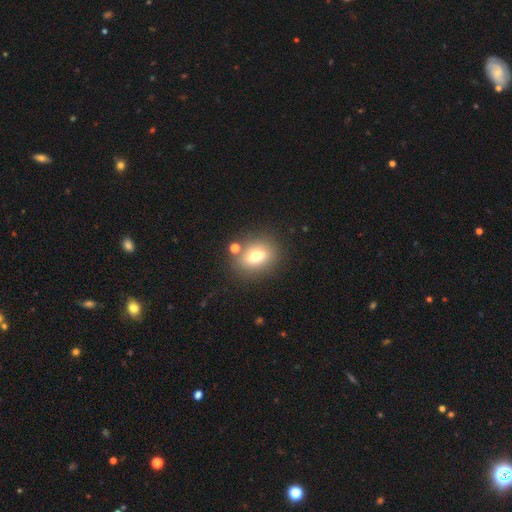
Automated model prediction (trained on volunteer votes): Q: Smooth or featured?
A: smooth (72%); runner-up: featured or disk (16%)
Q: How rounded?
A: in between (63%); runner-up: round (35%)
Q: Merging?
A: none (75%); runner-up: minor disturbance (11%)